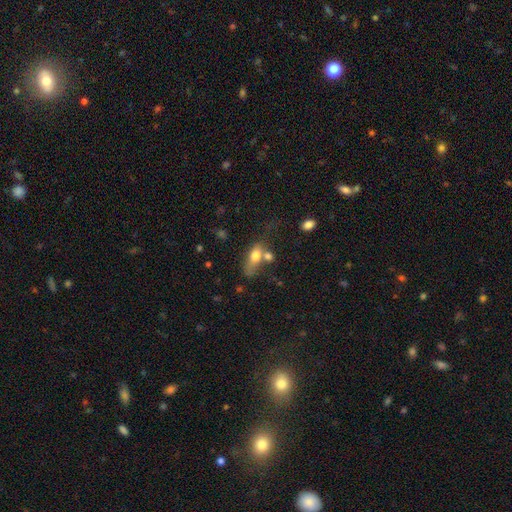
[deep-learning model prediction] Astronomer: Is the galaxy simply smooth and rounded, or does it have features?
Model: smooth — 70%.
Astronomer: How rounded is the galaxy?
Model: in between — 76%.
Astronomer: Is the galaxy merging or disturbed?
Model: merger — 37% (runner-up: none, 31%).